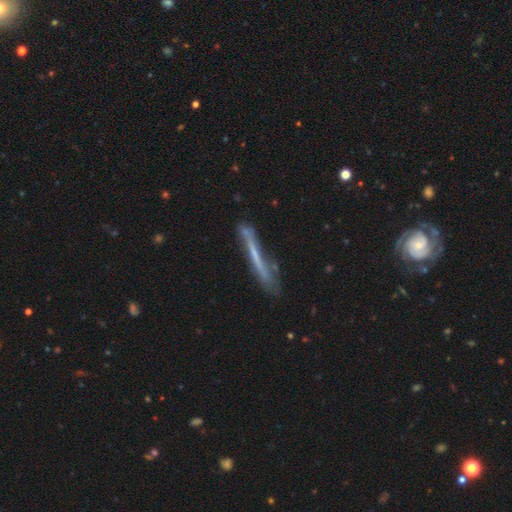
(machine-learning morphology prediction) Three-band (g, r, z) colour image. It shows a featured or disk galaxy (55%) viewed edge-on (83%). Merging: none (65%).